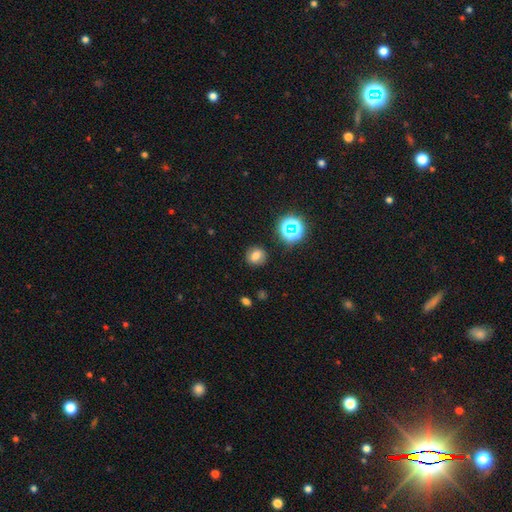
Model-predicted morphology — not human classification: Smooth or featured: smooth — 69% (star or artifact — 18%)
How rounded: round — 80% (in between — 19%)
Merging: none — 86% (minor disturbance — 9%)